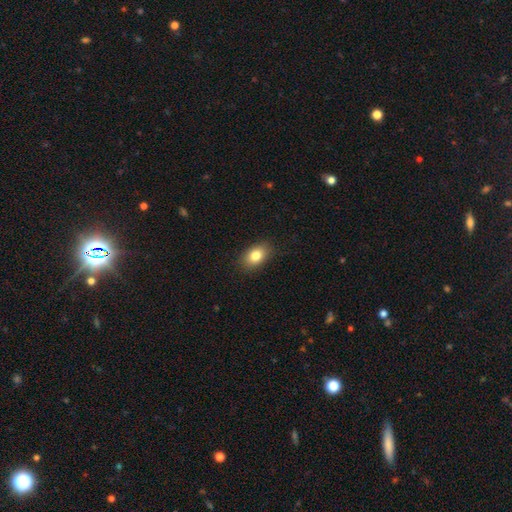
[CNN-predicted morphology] Smooth or featured: smooth — 82% (featured or disk — 10%)
How rounded: in between — 84% (round — 14%)
Merging: none — 88% (minor disturbance — 9%)